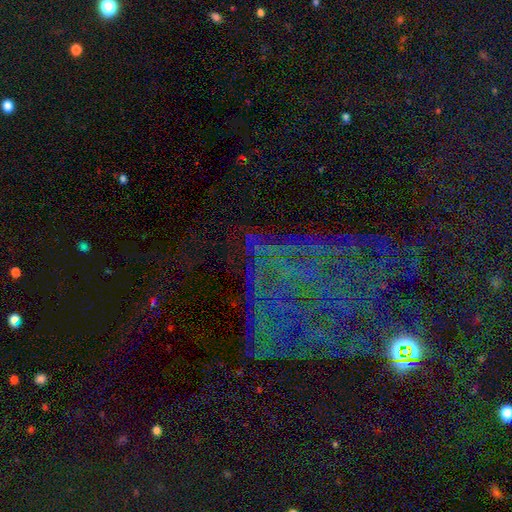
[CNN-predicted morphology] This is possibly a star or artifact rather than a galaxy (57%).